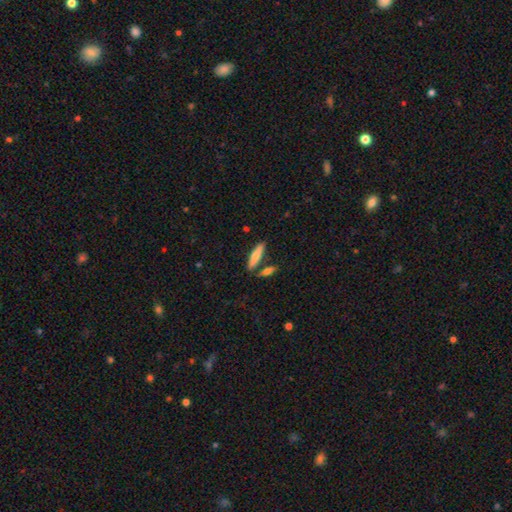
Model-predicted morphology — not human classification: Q: Smooth or featured?
A: smooth (73%); runner-up: featured or disk (21%)
Q: How rounded?
A: cigar-shaped (79%); runner-up: in between (19%)
Q: Merging?
A: none (76%); runner-up: merger (11%)